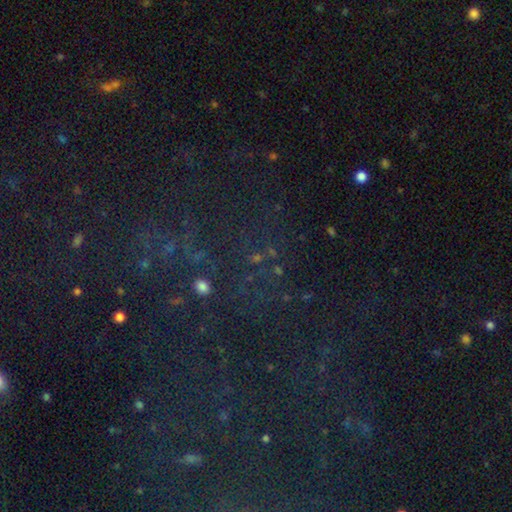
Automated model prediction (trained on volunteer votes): Morphology: type=star or artifact (74%).